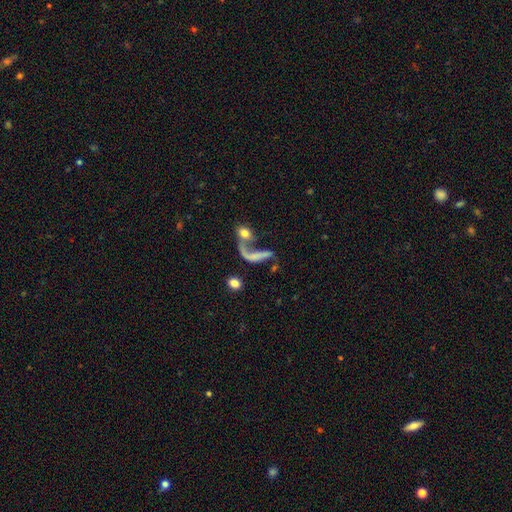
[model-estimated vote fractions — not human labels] This appears to be a featured or disk galaxy (48%). Merging: merger (40%).